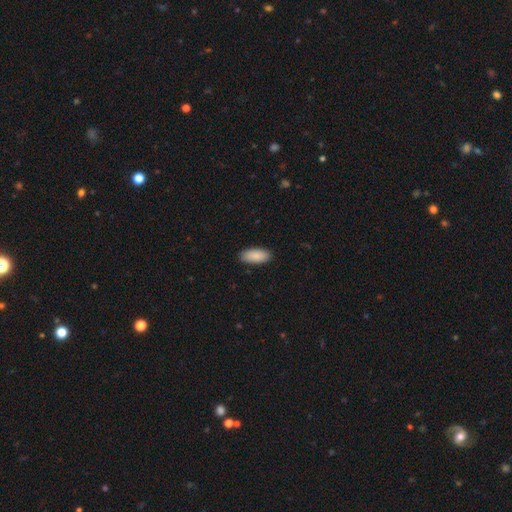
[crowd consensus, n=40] Smooth or featured?
  - smooth: 92% *
  - star or artifact: 8%
  - featured or disk: 0%
How rounded?
  - in between: 92% *
  - cigar-shaped: 8%
  - round: 0%
Merging?
  - none: 92% *
  - minor disturbance: 5%
  - major disturbance: 3%
  - merger: 0%